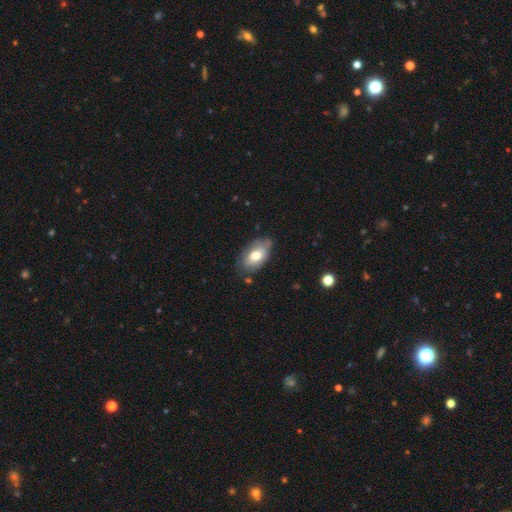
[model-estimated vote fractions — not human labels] A smooth galaxy with no disk features (70%) that is in between round and cigar-shaped (92%). Merging: none (67%).